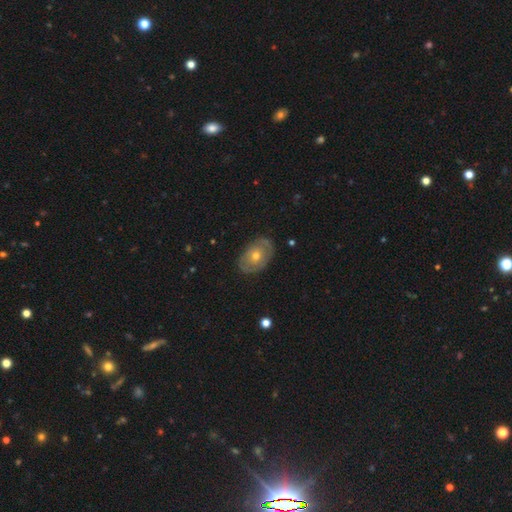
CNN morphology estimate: featured or disk 49%, smooth 44%, star or artifact 7%. Down the decision tree: merging — none (80%).